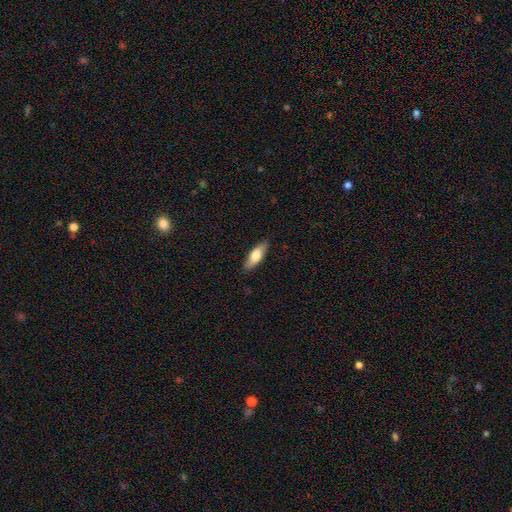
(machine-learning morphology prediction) Smooth or featured?
  - smooth: 69% *
  - featured or disk: 26%
  - star or artifact: 6%
How rounded?
  - in between: 59% *
  - cigar-shaped: 39%
  - round: 2%
Merging?
  - none: 85% *
  - minor disturbance: 12%
  - major disturbance: 2%
  - merger: 1%